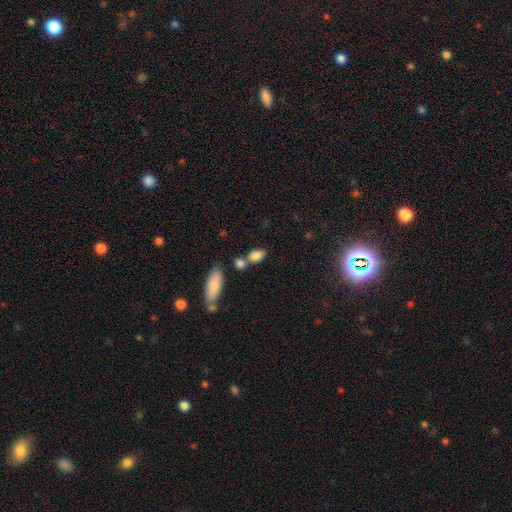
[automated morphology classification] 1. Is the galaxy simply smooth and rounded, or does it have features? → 84% smooth, 8% star or artifact, 8% featured or disk.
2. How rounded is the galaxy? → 86% in between, 9% round, 5% cigar-shaped.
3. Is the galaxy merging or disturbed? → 53% none, 29% merger, 13% minor disturbance, 5% major disturbance.